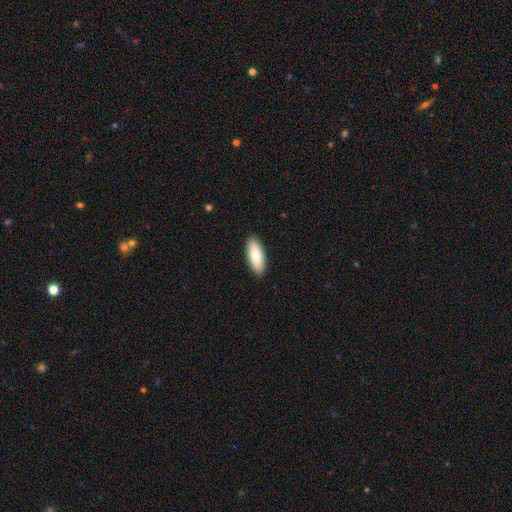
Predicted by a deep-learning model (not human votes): Morphology: type=smooth (81%); roundness=in between (78%); merging=none (90%).